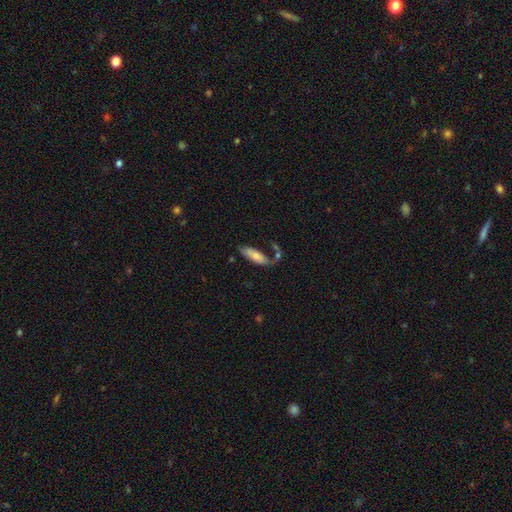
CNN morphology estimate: A smooth galaxy with no disk features (66%) that is in between round and cigar-shaped (63%).

Vote fractions:
- Smooth or featured? smooth: 66% / featured or disk: 27% / star or artifact: 7%
- How rounded? in between: 63% / cigar-shaped: 35% / round: 2%
- Merging? none: 45% / minor disturbance: 22% / merger: 20% / major disturbance: 13%